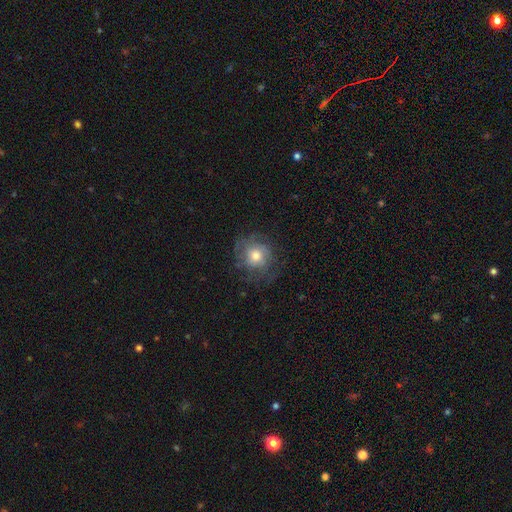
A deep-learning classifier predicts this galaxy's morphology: This is possibly a smooth galaxy (49%). Merging: likely none (66%).